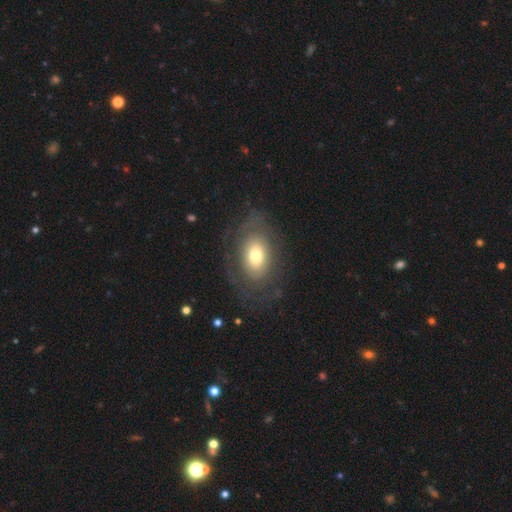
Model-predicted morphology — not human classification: smooth 46% (tied), featured or disk 46% (tied), star or artifact 8%. Down the decision tree: merging — none (71%).